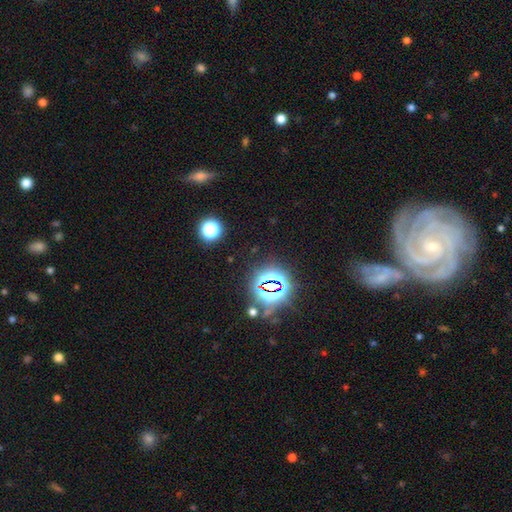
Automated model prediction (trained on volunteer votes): Smooth or featured?
  - featured or disk: 44% *
  - star or artifact: 38%
  - smooth: 18%
Merging?
  - none: 67% *
  - merger: 14%
  - minor disturbance: 13%
  - major disturbance: 7%